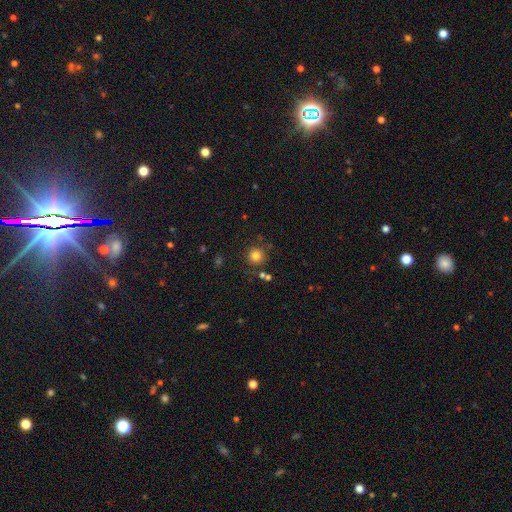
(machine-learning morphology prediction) smooth_or_featured: smooth (p=0.80) [alt: star or artifact p=0.13]
how_rounded: round (p=0.93) [alt: in between p=0.06]
merging: none (p=0.82) [alt: minor disturbance p=0.09]